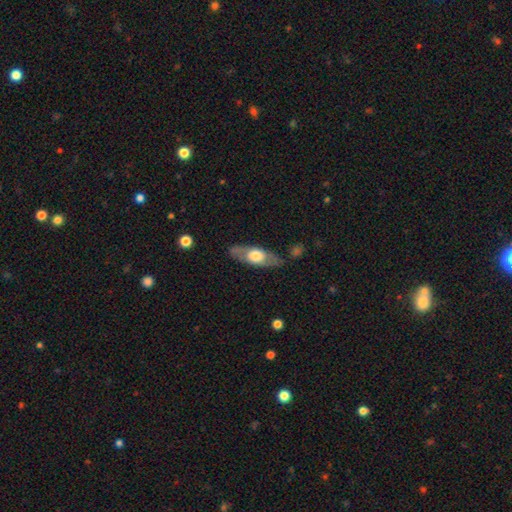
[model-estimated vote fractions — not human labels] Smooth or featured? featured or disk (49%)
Merging? none (80%)